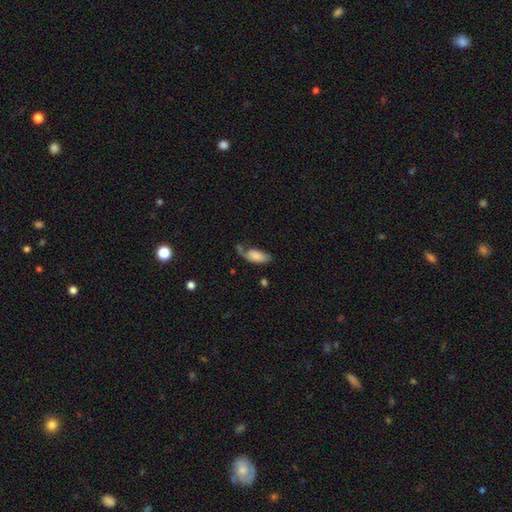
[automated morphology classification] Overall: smooth (74%). How rounded: in between (90%). Merging: none (36%; minor disturbance 27%).